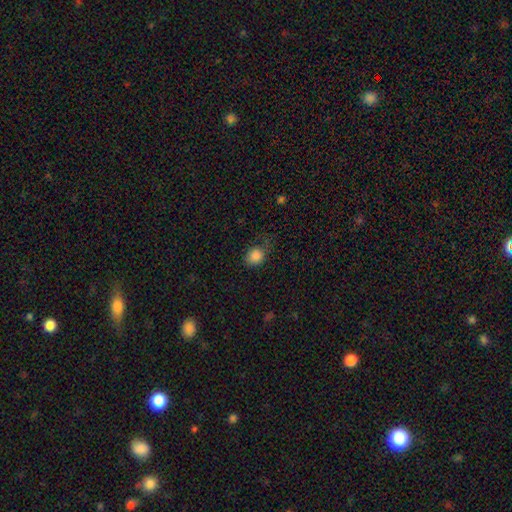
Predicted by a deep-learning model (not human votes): Overall: smooth (85%). How rounded: round (67%; in between 32%). Merging: none (61%; minor disturbance 25%).